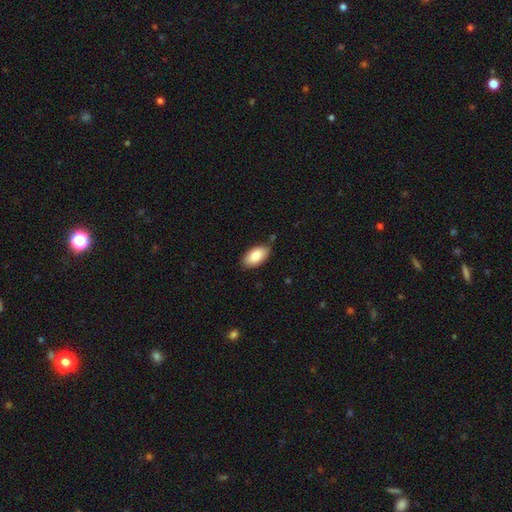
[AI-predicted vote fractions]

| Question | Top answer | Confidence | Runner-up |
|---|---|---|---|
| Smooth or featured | smooth | 84% | featured or disk (10%) |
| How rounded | in between | 95% | cigar-shaped (3%) |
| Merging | none | 77% | minor disturbance (17%) |